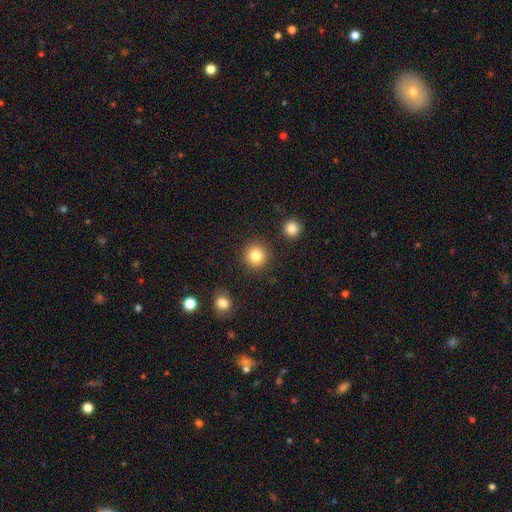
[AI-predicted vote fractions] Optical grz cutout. It shows a smooth galaxy with no disk features (83%) that is round (94%). Merging: none (90%).